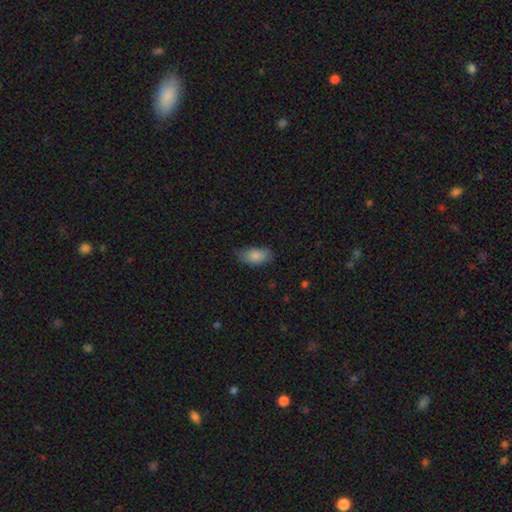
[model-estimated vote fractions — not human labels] The model was most divided on "merging": none: 68%, minor disturbance: 26%, major disturbance: 5%, merger: 1%. More confident: how rounded — in between (91%); smooth or featured — smooth (85%).